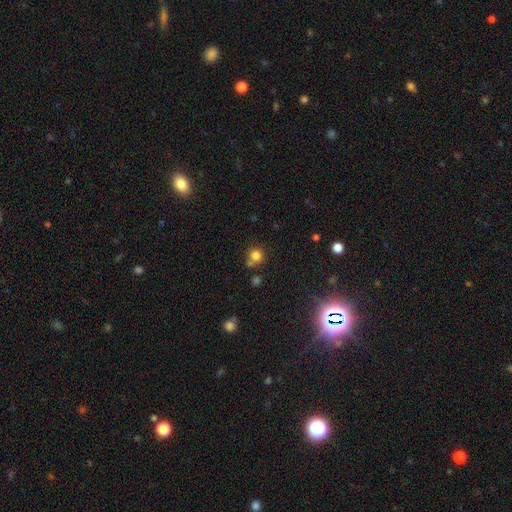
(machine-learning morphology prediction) type=smooth (79%); roundness=round (90%); merging=none (64%).